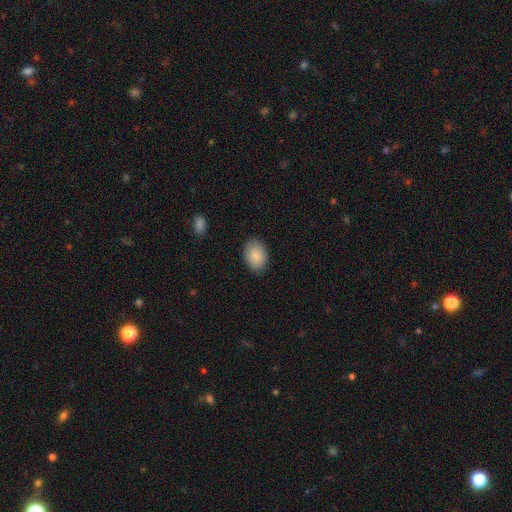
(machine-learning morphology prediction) The model was most divided on "how rounded": in between: 78%, round: 21%, cigar-shaped: 1%. More confident: smooth or featured — smooth (88%); merging — none (86%).